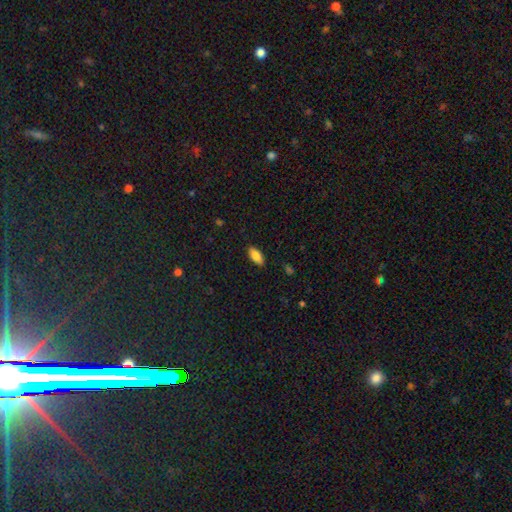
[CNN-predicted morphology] Smooth or featured? smooth (84%)
How rounded? in between (85%)
Merging? none (88%)